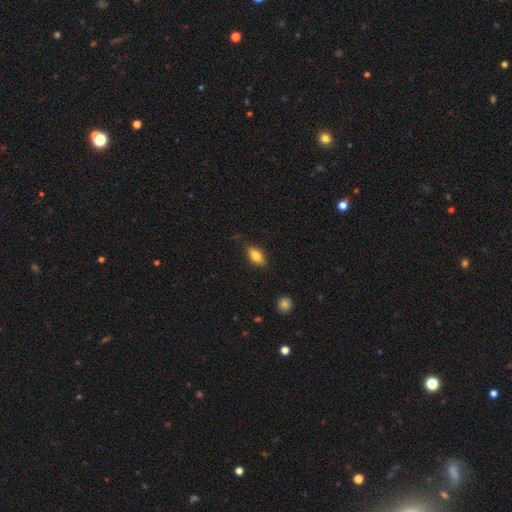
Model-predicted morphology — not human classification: This appears to be a smooth galaxy with no disk features (83%) that is in between round and cigar-shaped (89%). Merging: none (81%).